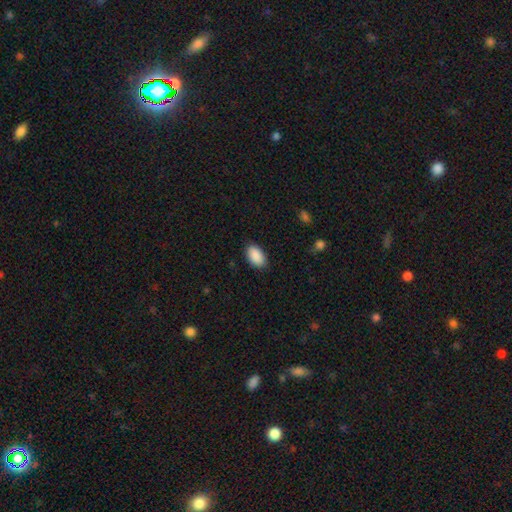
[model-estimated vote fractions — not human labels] Overall: smooth (91%). How rounded: in between (94%). Merging: none (87%).